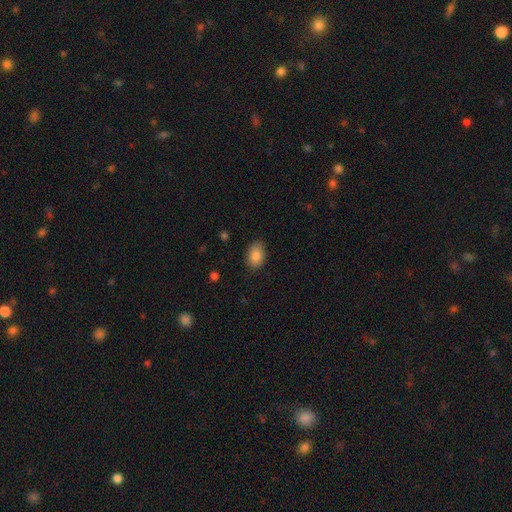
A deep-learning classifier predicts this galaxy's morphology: A smooth galaxy with no disk features (86%) that is in between round and cigar-shaped (82%). Merging: none (82%).